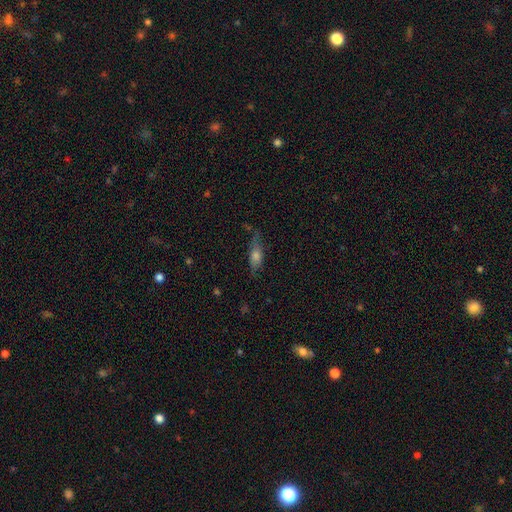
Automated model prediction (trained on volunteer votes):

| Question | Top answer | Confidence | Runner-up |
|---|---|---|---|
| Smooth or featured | smooth | 48% | featured or disk (41%) |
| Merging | none | 68% | minor disturbance (23%) |